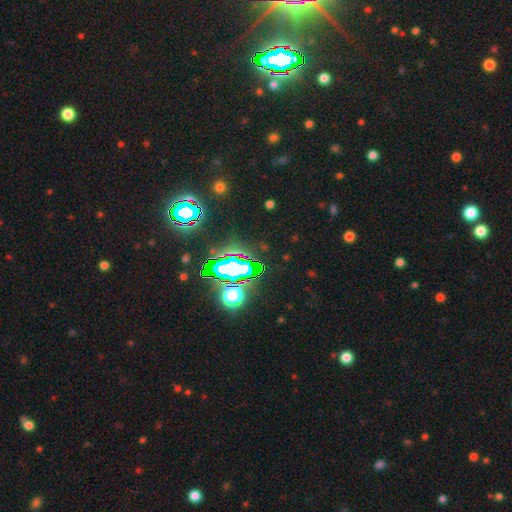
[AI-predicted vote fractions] Overall: star or artifact (84%).